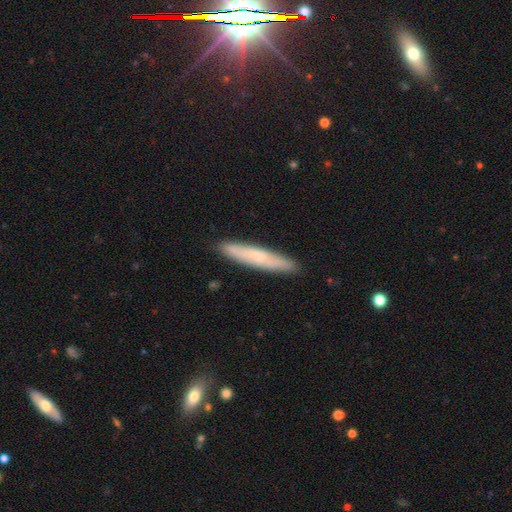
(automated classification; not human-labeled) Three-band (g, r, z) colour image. It shows a smooth galaxy with no disk features (60%) that is cigar-shaped (93%). Merging: none (88%).